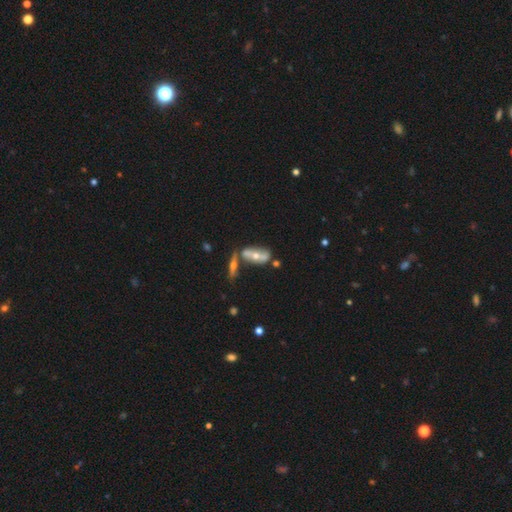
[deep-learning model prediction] This appears to be a featured or disk galaxy (55%). Merging: none (40%, tied with merger).